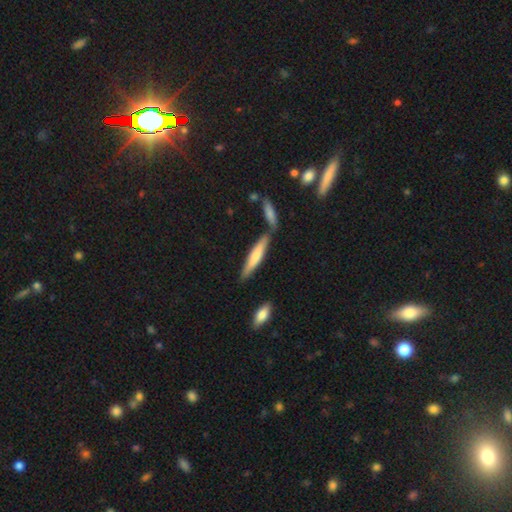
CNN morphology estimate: Smooth or featured: smooth — 65% (featured or disk — 30%)
How rounded: cigar-shaped — 85% (in between — 14%)
Merging: none — 67% (merger — 17%)